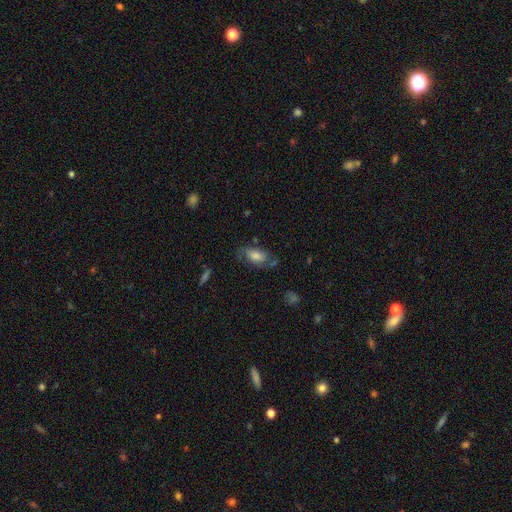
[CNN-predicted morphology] A smooth galaxy with no disk features (49%).

Vote fractions:
- Smooth or featured? smooth: 49% / featured or disk: 42% / star or artifact: 10%
- Merging? none: 61% / minor disturbance: 23% / major disturbance: 11% / merger: 4%